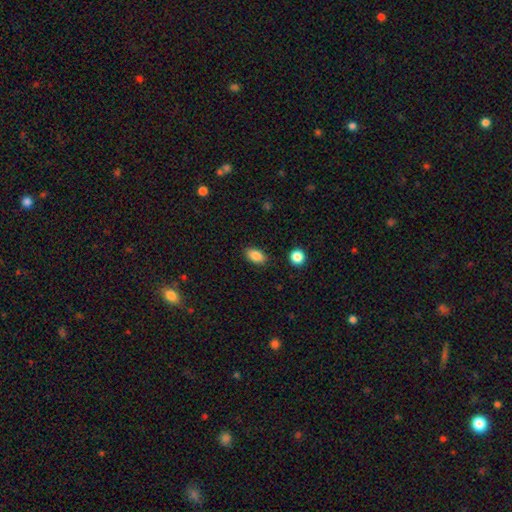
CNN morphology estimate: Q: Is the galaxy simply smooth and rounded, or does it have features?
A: smooth — 85%.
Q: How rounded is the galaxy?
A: in between — 89%.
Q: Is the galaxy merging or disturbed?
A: none — 86%.